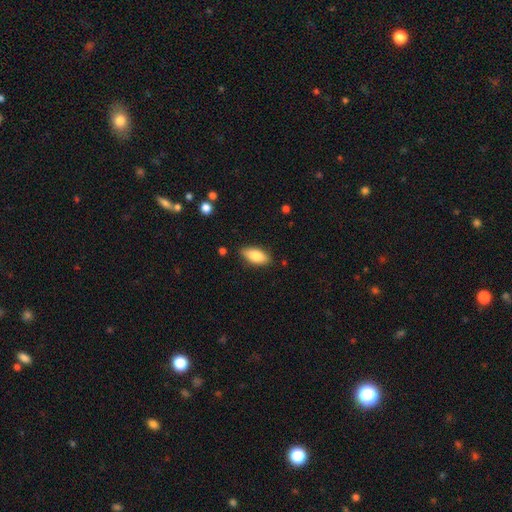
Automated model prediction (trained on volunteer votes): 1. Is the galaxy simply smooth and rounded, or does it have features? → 81% smooth, 13% featured or disk, 6% star or artifact.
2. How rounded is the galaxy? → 87% in between, 11% cigar-shaped, 3% round.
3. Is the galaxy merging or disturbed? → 84% none, 12% minor disturbance, 2% major disturbance, 1% merger.